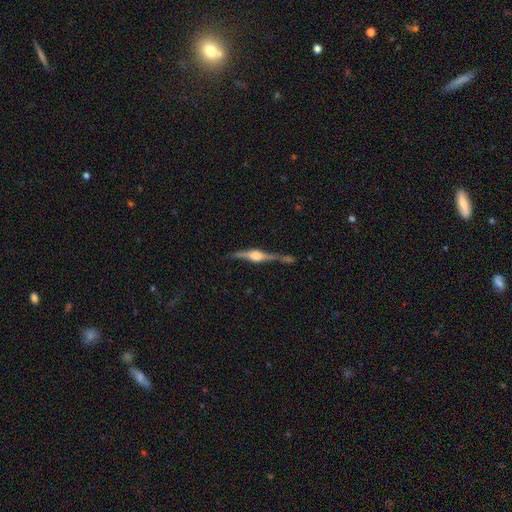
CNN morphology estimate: Overall: featured or disk (85%). Edge-on disk: yes (97%). Edge-on bulge: rounded (91%). Merging: none (74%).